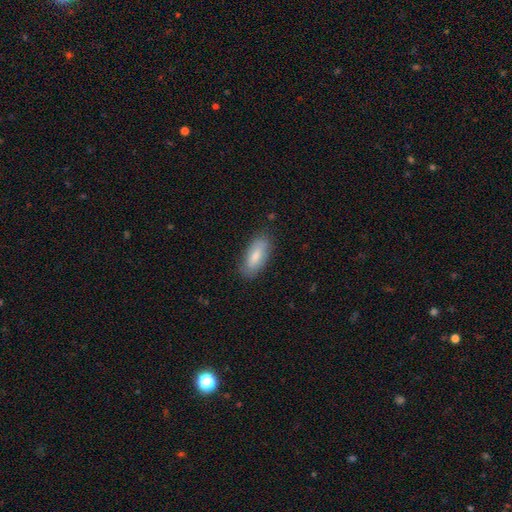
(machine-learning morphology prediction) Smooth or featured? Predicted: smooth (p=0.77). How rounded? Predicted: in between (p=0.86). Merging? Predicted: none (p=0.80).